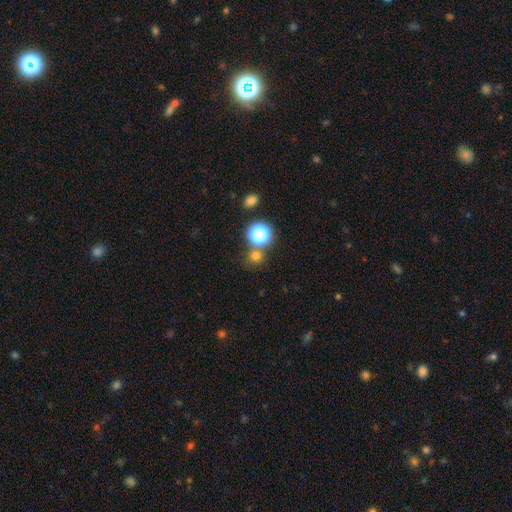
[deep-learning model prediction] Overall: smooth (70%). How rounded: round (86%). Merging: none (70%).